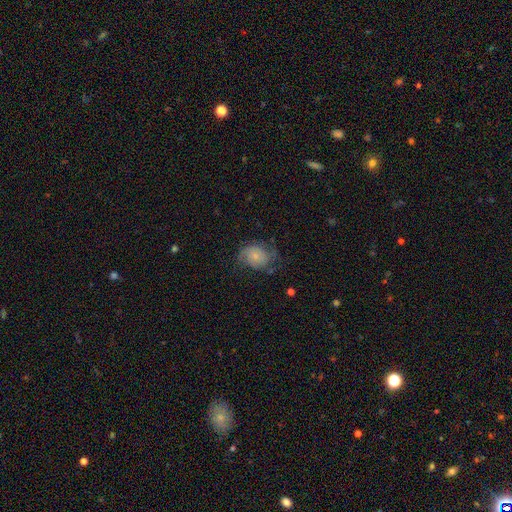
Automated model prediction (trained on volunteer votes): Smooth or featured: smooth — 46% (tied with featured or disk — 46%)
Merging: none — 52% (minor disturbance — 27%)